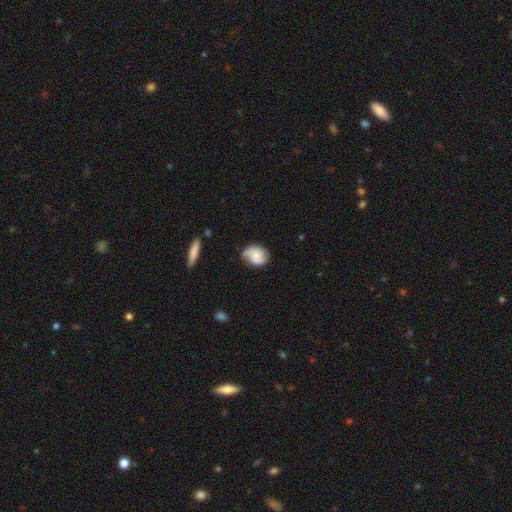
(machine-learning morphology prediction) This is likely a smooth galaxy (63%). How rounded: possibly in between (55%). Merging: possibly none (53%).